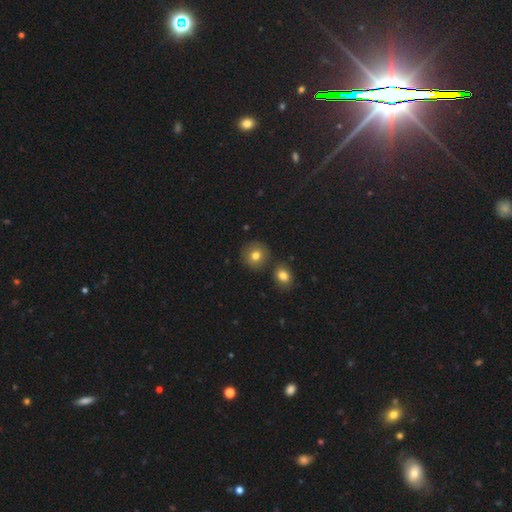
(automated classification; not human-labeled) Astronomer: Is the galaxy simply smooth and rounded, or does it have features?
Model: smooth — 77%.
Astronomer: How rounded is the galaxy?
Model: round — 89%.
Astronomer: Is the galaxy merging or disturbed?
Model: none — 79%.